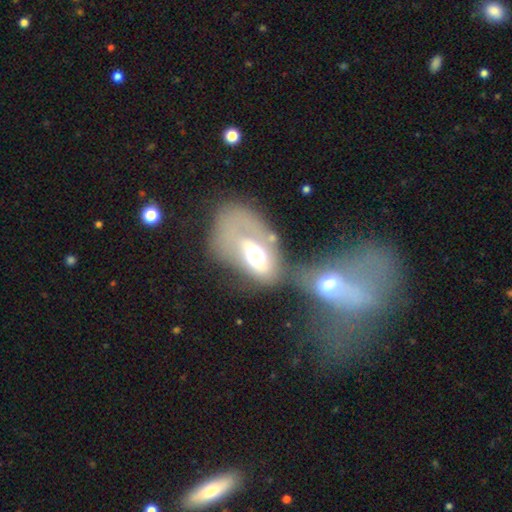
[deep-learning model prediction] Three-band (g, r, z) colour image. It shows a smooth galaxy with no disk features (48%). Merging: merger (36%).